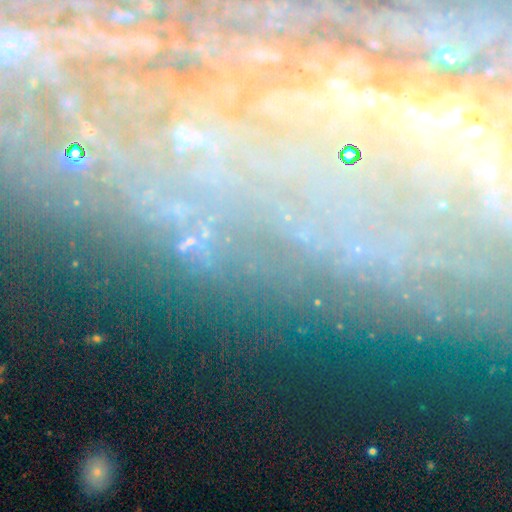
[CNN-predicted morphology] This appears to be a star or artifact, not a galaxy (47%).